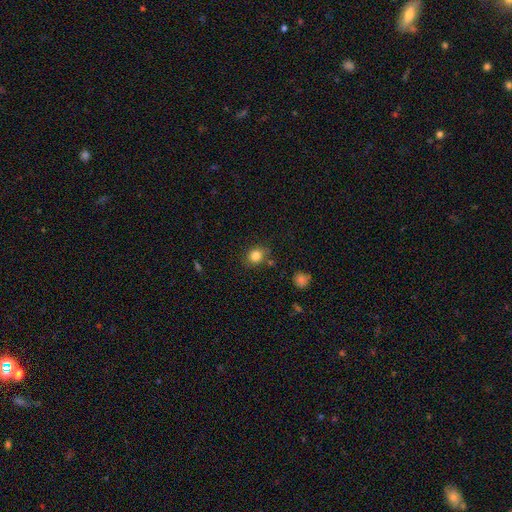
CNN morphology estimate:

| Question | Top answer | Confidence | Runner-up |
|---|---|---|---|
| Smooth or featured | smooth | 83% | star or artifact (11%) |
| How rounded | round | 63% | in between (36%) |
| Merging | none | 77% | minor disturbance (14%) |